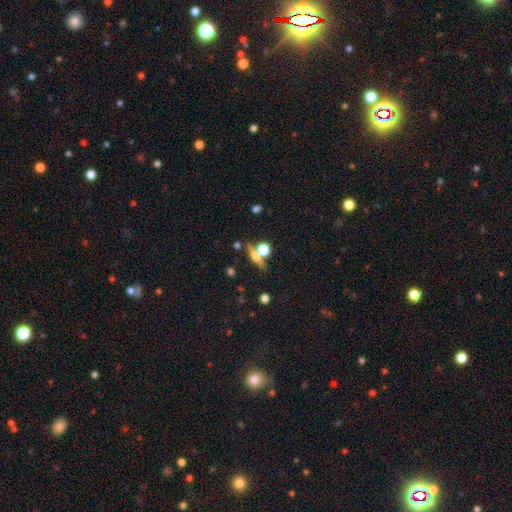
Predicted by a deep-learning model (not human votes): Overall: smooth (44%; featured or disk 41%). Merging: none (67%).